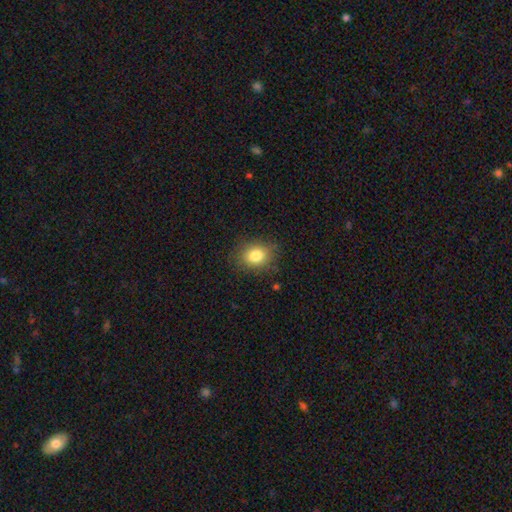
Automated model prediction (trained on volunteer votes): Smooth or featured? Predicted: smooth (p=0.82). How rounded? Predicted: in between (p=0.51). Merging? Predicted: none (p=0.83).